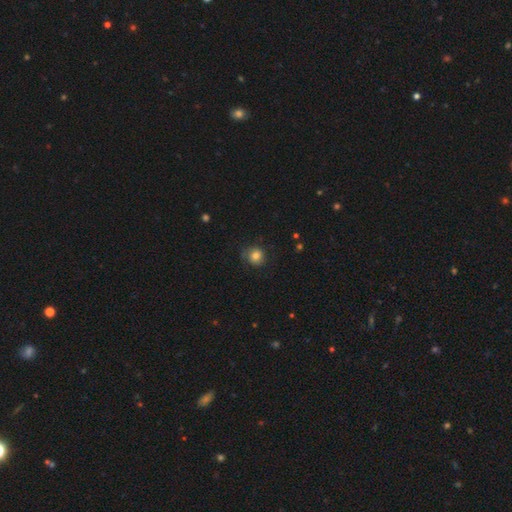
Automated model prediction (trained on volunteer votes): smooth-or-featured: smooth: 75% | featured or disk: 15% | star or artifact: 10%
  how-rounded: round: 84% | in between: 15% | cigar-shaped: 1%
  merging: none: 70% | minor disturbance: 20% | major disturbance: 8% | merger: 1%